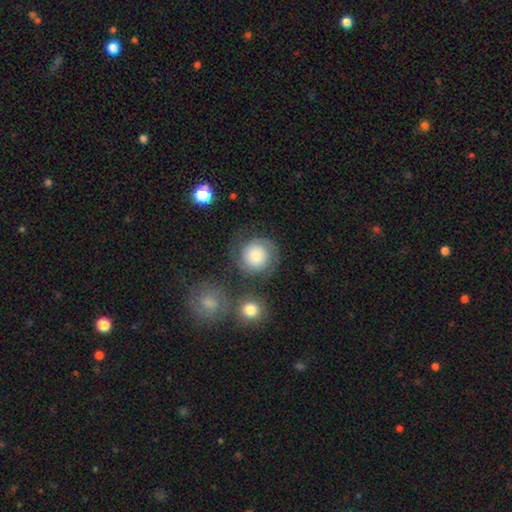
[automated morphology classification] smooth_or_featured: featured or disk (p=0.51) [alt: smooth p=0.40]
disk_edge_on: no (p=0.98) [alt: yes p=0.02]
bar: no (p=0.82) [alt: weak p=0.15]
has_spiral_arms: yes (p=0.89) [alt: no p=0.11]
bulge_size: small (p=0.38) [alt: moderate p=0.37]
merging: none (p=0.71) [alt: minor disturbance p=0.14]